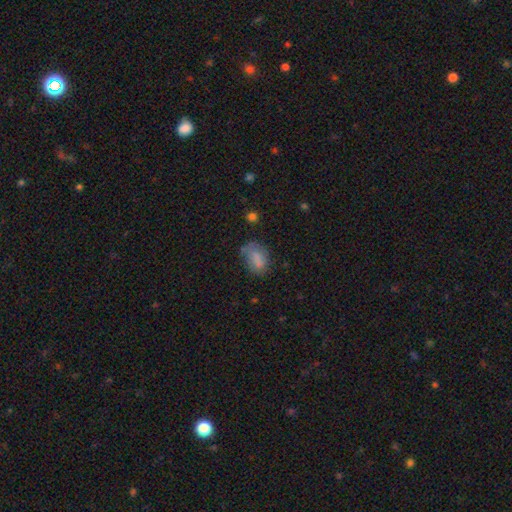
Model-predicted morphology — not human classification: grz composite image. It shows a smooth galaxy with no disk features (72%) that is in between round and cigar-shaped (82%). Merging: none (51%).